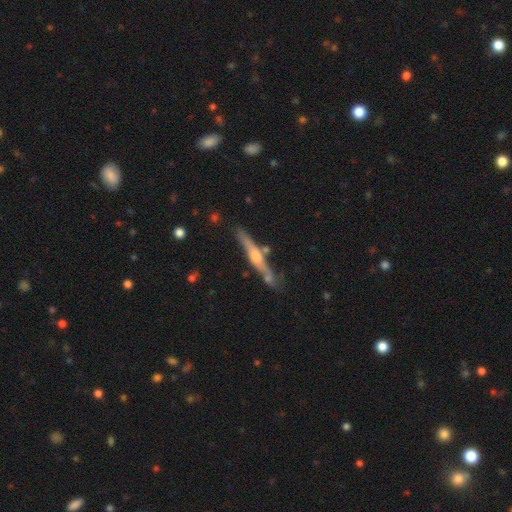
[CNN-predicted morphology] A featured or disk galaxy (68%) viewed edge-on (96%) with a rounded central bulge (75%). Merging: none (74%).